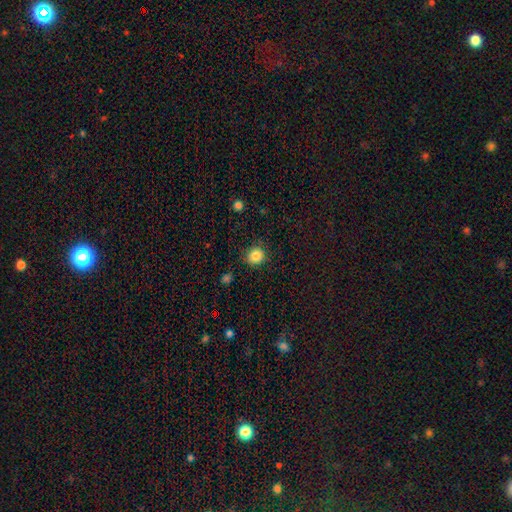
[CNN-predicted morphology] Smooth or featured?
  - smooth: 84% *
  - star or artifact: 11%
  - featured or disk: 5%
How rounded?
  - round: 86% *
  - in between: 13%
  - cigar-shaped: 1%
Merging?
  - none: 86% *
  - minor disturbance: 10%
  - major disturbance: 3%
  - merger: 1%